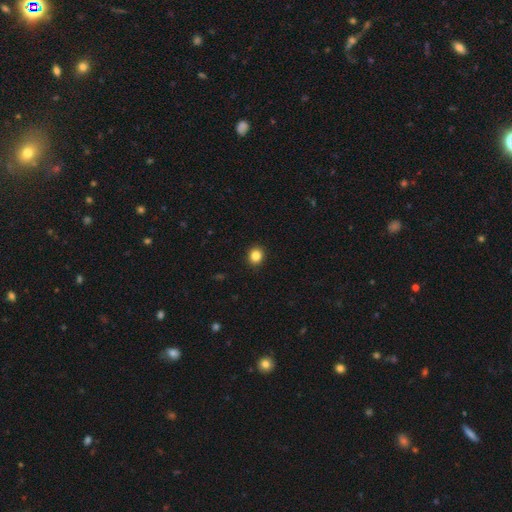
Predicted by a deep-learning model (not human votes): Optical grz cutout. It shows a smooth galaxy with no disk features (85%) that is round (82%). Merging: none (92%).